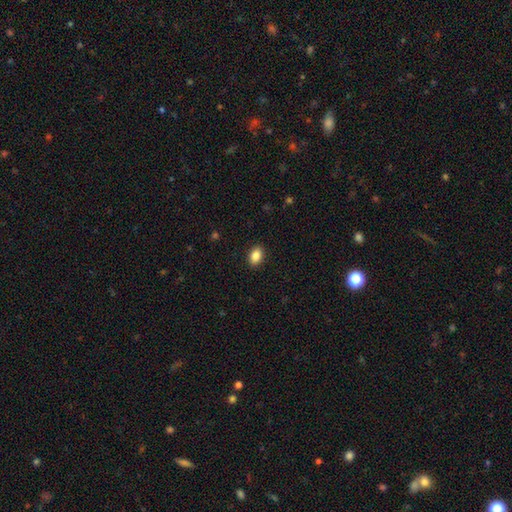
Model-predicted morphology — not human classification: A smooth galaxy with no disk features (87%) that is in between round and cigar-shaped (84%). Merging: none (90%).